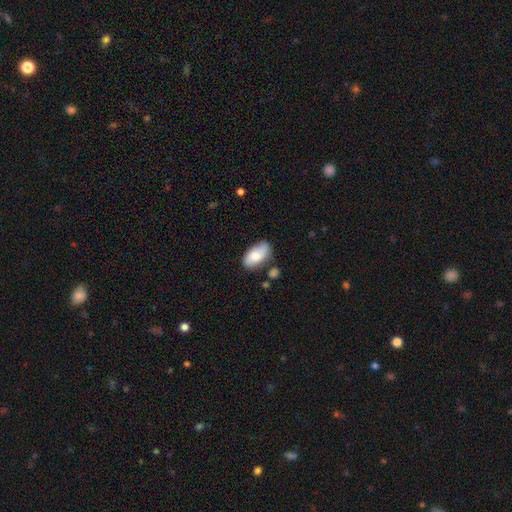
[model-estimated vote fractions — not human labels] Smooth or featured? smooth (76%)
How rounded? in between (94%)
Merging? none (66%)